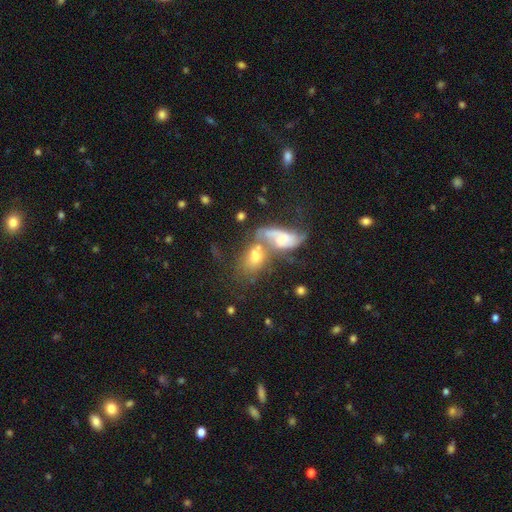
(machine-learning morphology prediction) A smooth galaxy with no disk features (50%) that is in between round and cigar-shaped (84%). Merging: merger (61%).